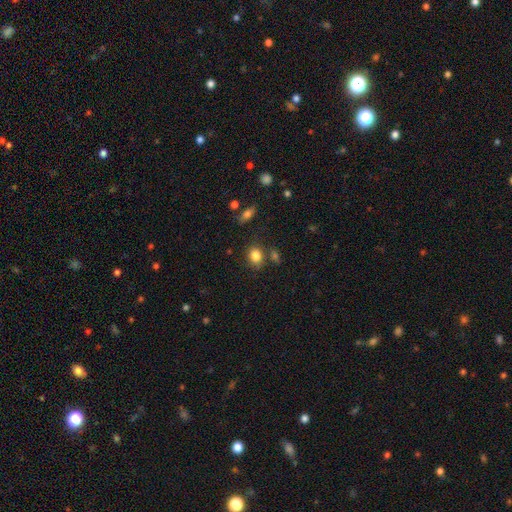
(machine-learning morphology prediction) This appears to be a smooth galaxy with no disk features (83%) that is in between round and cigar-shaped (51%). Merging: none (72%).